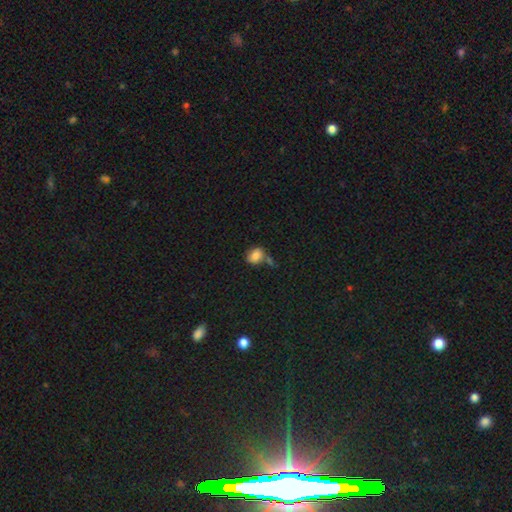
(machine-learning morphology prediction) Overall: smooth (81%). How rounded: in between (58%; round 41%). Merging: none (50%; merger 24%).